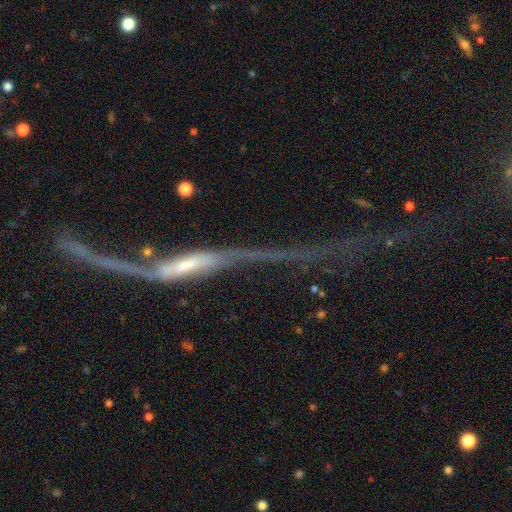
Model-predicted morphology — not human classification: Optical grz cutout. It shows a featured or disk galaxy (80%). Merging: major disturbance (40%).